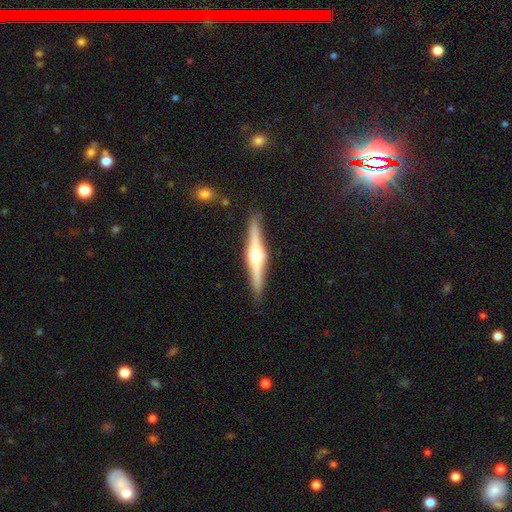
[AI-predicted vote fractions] Q: Smooth or featured?
A: featured or disk (74%); runner-up: smooth (21%)
Q: Edge-on disk?
A: yes (98%); runner-up: no (2%)
Q: Edge-on bulge?
A: rounded (89%); runner-up: boxy (7%)
Q: Merging?
A: none (89%); runner-up: minor disturbance (8%)